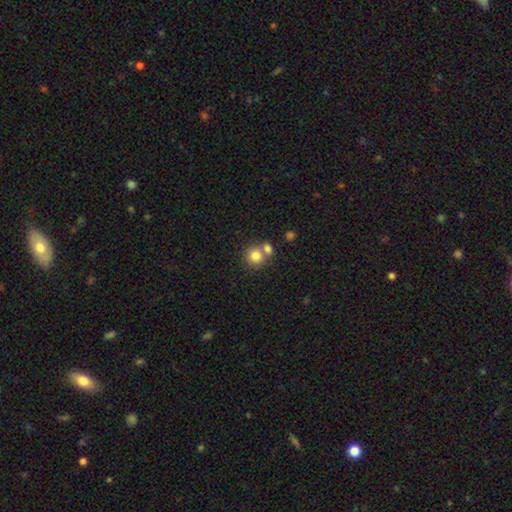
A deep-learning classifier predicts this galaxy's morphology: Q: Smooth or featured?
A: smooth (82%); runner-up: star or artifact (10%)
Q: How rounded?
A: round (86%); runner-up: in between (13%)
Q: Merging?
A: none (52%); runner-up: merger (37%)